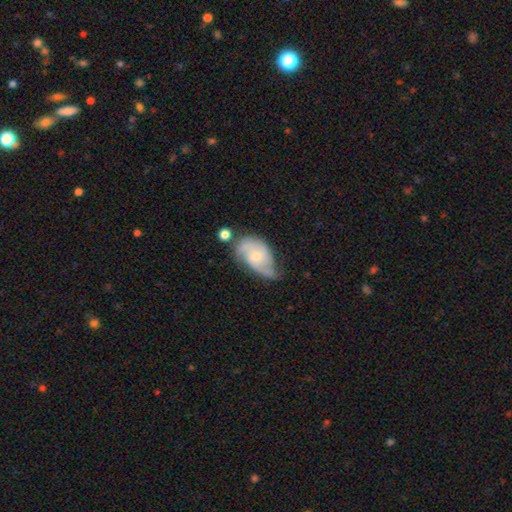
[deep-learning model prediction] The model was most divided on "merging": none: 45%, minor disturbance: 32%, major disturbance: 14%, merger: 9%. Remaining: edge-on disk — no (96%); spiral arms — yes (91%); smooth or featured — featured or disk (71%); bar — no (68%); spiral arm count — 2 (65%); bulge size — small (60%); spiral winding — medium (44%).